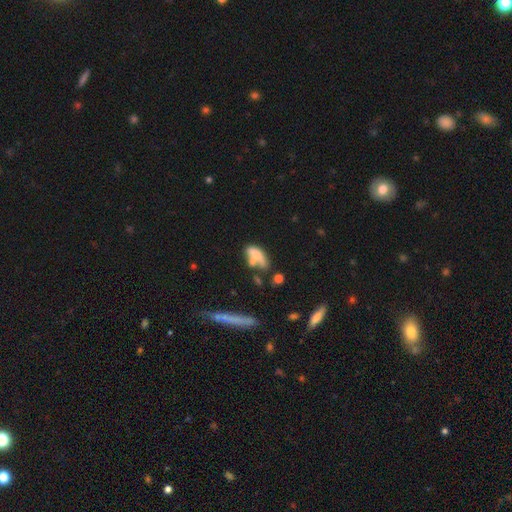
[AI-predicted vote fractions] Smooth or featured? smooth (54%)
How rounded? in between (74%)
Merging? merger (31%)